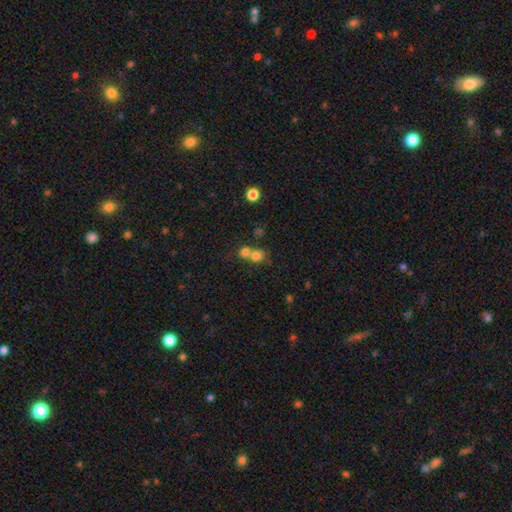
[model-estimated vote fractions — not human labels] A smooth galaxy with no disk features (75%) that is round (77%). Merging: merger (57%).